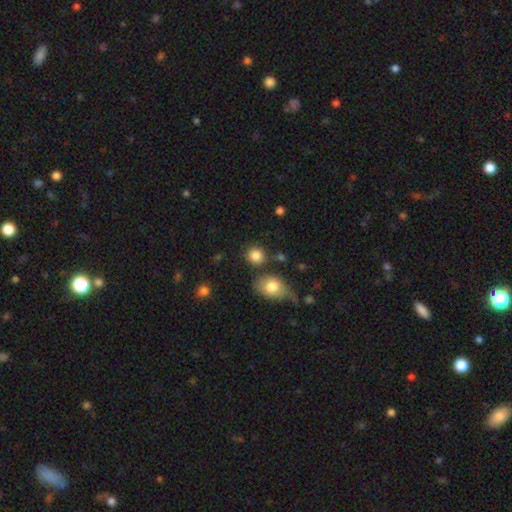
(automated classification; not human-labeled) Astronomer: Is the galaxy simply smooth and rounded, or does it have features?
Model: smooth — 85%.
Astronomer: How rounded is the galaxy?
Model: round — 84%.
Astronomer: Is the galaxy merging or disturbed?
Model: none — 74%.